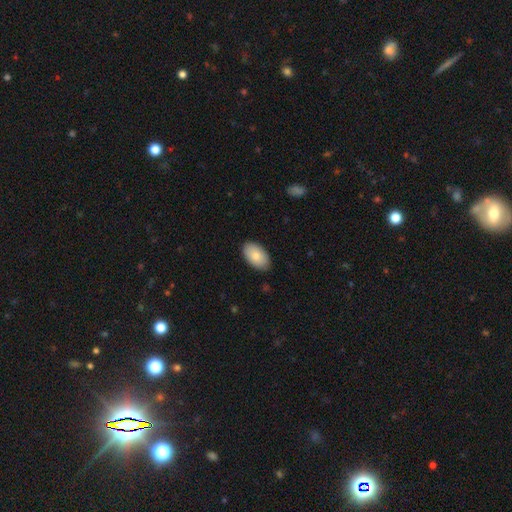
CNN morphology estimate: Overall: smooth (82%). How rounded: in between (94%). Merging: none (86%).